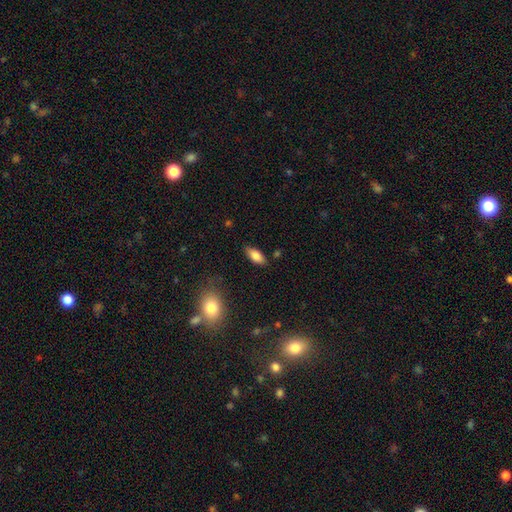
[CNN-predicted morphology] Overall: smooth (81%). How rounded: in between (84%). Merging: none (83%).